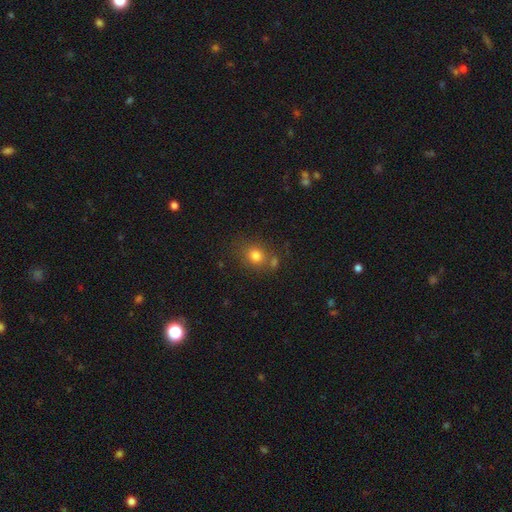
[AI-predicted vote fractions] smooth 78%, star or artifact 13%, featured or disk 9%. Down the decision tree: how rounded — round (67%); merging — none (67%).